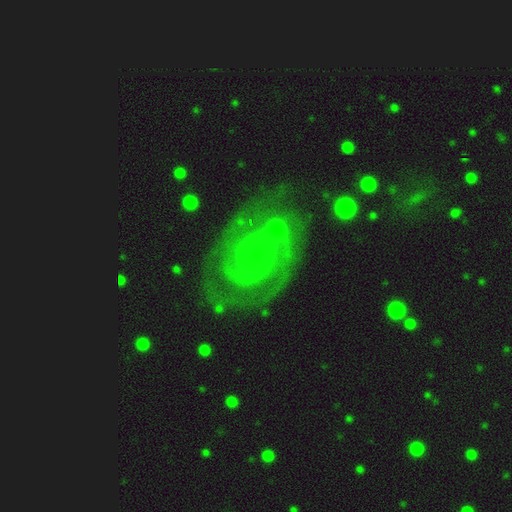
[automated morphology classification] type=featured or disk (80%); edge-on=no (98%); bar=no (77%); spiral arms=yes (94%); winding=tight (69%); arm count=2 (51%); bulge=small (71%); merging=none (74%).